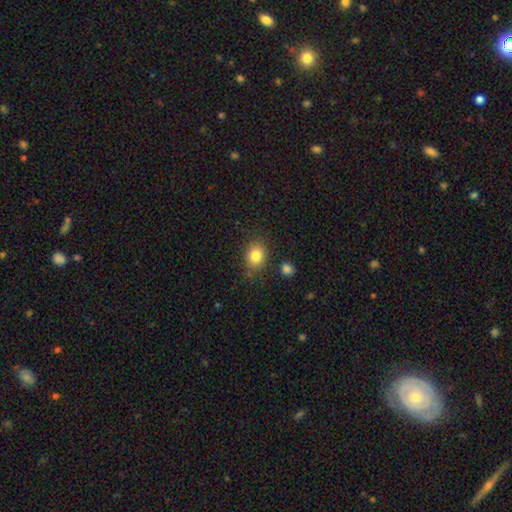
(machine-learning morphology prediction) smooth_or_featured: smooth (p=0.83) [alt: star or artifact p=0.09]
how_rounded: round (p=0.50) [alt: in between p=0.49]
merging: none (p=0.79) [alt: minor disturbance p=0.13]